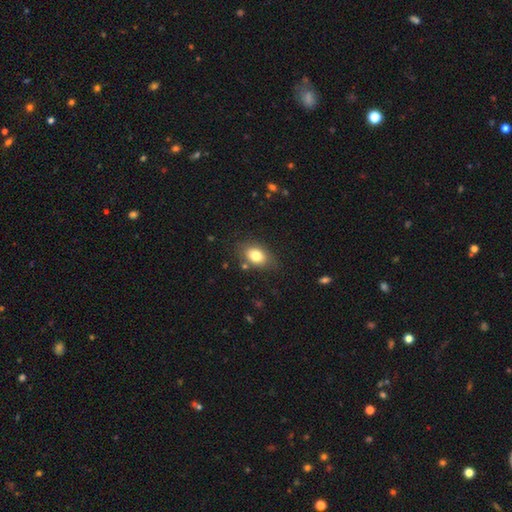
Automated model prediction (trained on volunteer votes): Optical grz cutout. It shows a smooth galaxy with no disk features (79%) that is in between round and cigar-shaped (82%). Merging: none (78%).